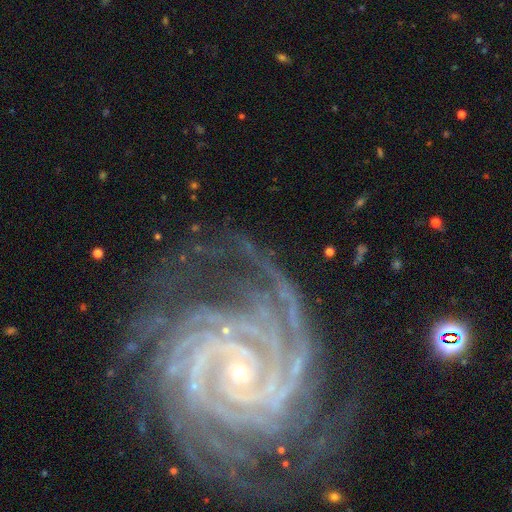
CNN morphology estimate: Smooth or featured? featured or disk (92%)
Edge-on disk? no (98%)
Bar? no (61%)
Spiral arms? yes (99%)
Spiral winding? tight (81%)
Spiral arm count? 4 (23%)
Bulge size? small (85%)
Merging? none (67%)